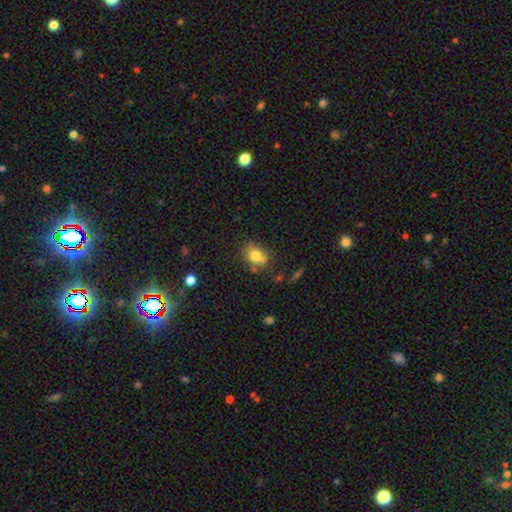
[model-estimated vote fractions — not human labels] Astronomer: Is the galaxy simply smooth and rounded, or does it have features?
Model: smooth — 76%.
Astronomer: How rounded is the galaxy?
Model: in between — 59% (runner-up: round, 40%).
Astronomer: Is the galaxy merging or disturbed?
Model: none — 63%.